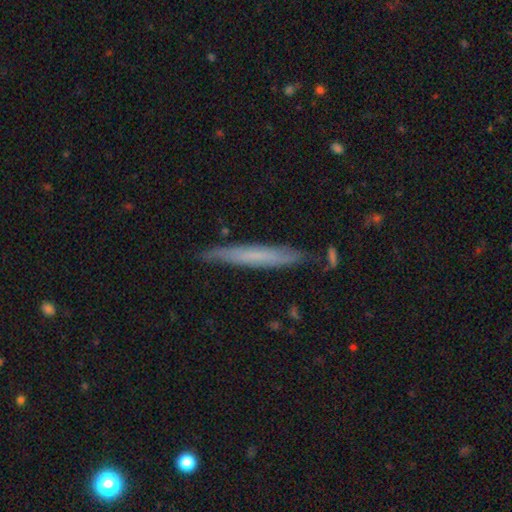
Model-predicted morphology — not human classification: This is possibly a smooth galaxy (55%). How rounded: clearly cigar-shaped (96%). Merging: clearly none (83%).